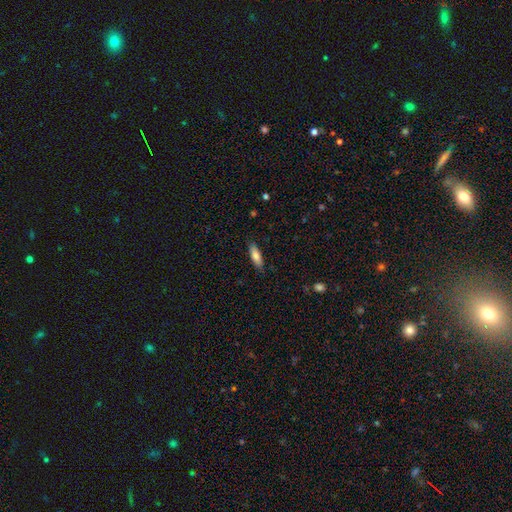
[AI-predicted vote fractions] smooth 77%, featured or disk 17%, star or artifact 6%. Down the decision tree: how rounded — in between (51%); merging — none (87%).